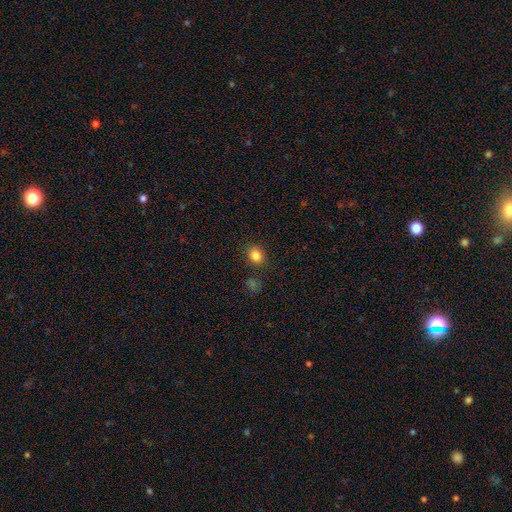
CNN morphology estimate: Overall: smooth (83%). How rounded: round (62%; in between 37%). Merging: none (84%).